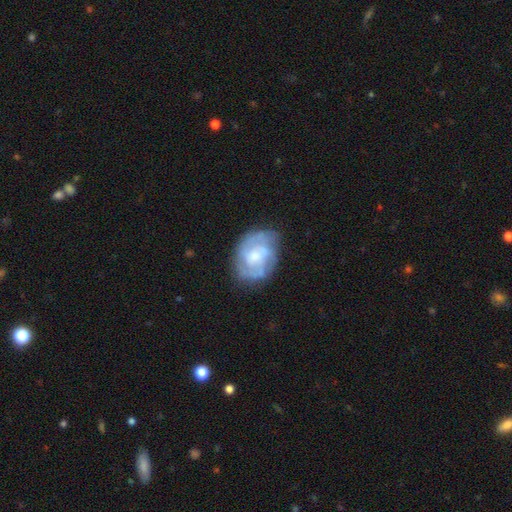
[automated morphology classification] A featured or disk galaxy (72%) with no bar (58%), 2 (45%) tight (47%) spiral arms (84%) and a moderate central bulge (41%).

Vote fractions:
- Smooth or featured? featured or disk: 72% / smooth: 22% / star or artifact: 6%
- Edge-on disk? no: 98% / yes: 2%
- Bar? no: 58% / weak: 35% / strong: 7%
- Spiral arms? yes: 84% / no: 16%
- Spiral winding? tight: 47% / medium: 40% / loose: 13%
- Spiral arm count? 2: 45% / can't tell: 29% / 3: 15% / 1: 5% / 4: 3% / more than 4: 3%
- Bulge size? moderate: 41% / small: 31% / none: 14% / large: 12% / dominant: 2%
- Merging? none: 66% / minor disturbance: 22% / major disturbance: 10% / merger: 2%